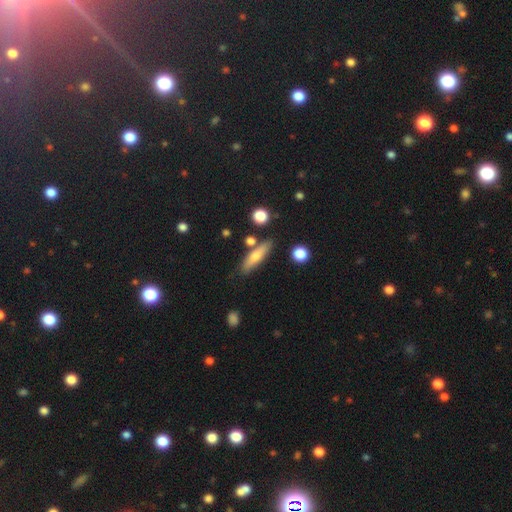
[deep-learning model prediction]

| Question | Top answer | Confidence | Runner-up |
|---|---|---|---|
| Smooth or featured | smooth | 64% | featured or disk (29%) |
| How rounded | cigar-shaped | 72% | in between (25%) |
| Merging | none | 77% | minor disturbance (13%) |